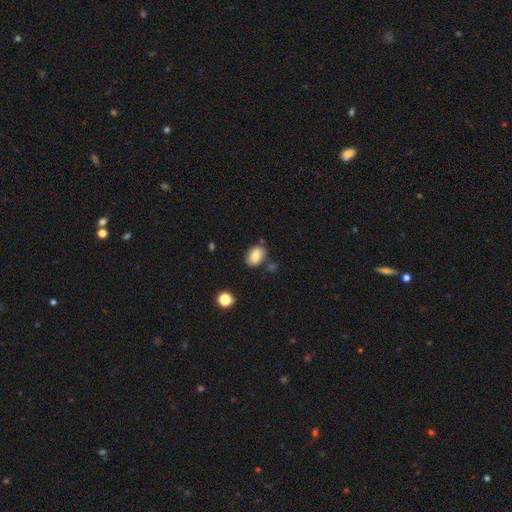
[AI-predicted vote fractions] Overall: smooth (83%). How rounded: in between (75%). Merging: none (73%).